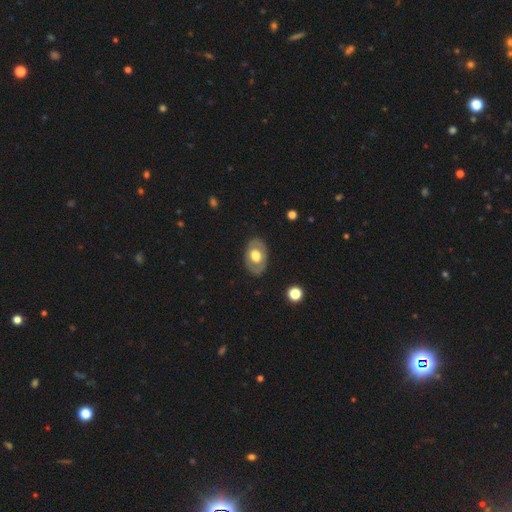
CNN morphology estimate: type=featured or disk (48%); merging=none (81%).